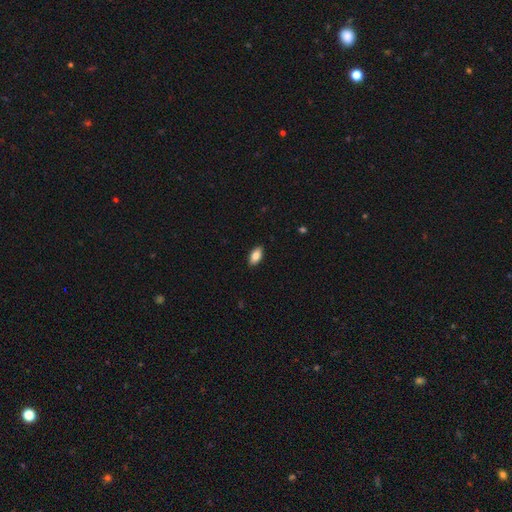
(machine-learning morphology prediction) Smooth or featured: smooth — 83% (featured or disk — 10%)
How rounded: in between — 91% (cigar-shaped — 6%)
Merging: none — 89% (minor disturbance — 8%)